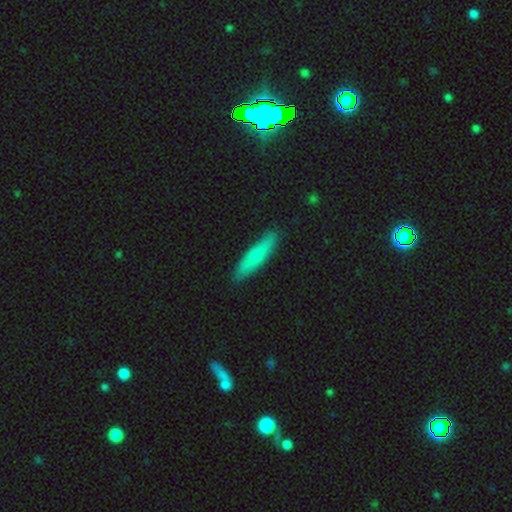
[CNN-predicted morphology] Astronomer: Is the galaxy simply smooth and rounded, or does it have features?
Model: smooth — 66%.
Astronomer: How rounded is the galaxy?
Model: cigar-shaped — 78%.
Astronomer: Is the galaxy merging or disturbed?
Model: none — 87%.